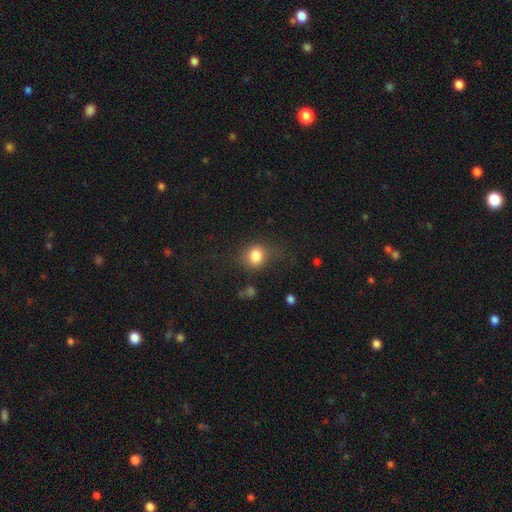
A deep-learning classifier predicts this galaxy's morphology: smooth-or-featured: smooth: 81% | star or artifact: 11% | featured or disk: 8%
  how-rounded: round: 65% | in between: 34% | cigar-shaped: 1%
  merging: none: 66% | minor disturbance: 20% | major disturbance: 11% | merger: 3%